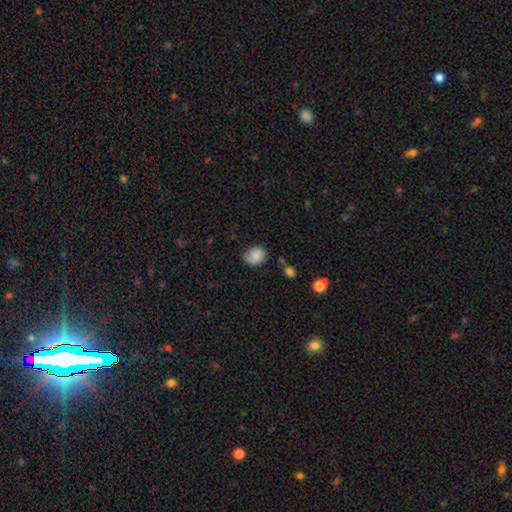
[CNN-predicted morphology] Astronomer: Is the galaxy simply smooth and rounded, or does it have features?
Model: smooth — 80%.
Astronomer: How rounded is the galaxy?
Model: round — 51% (runner-up: in between, 48%).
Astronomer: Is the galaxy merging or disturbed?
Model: none — 62%.